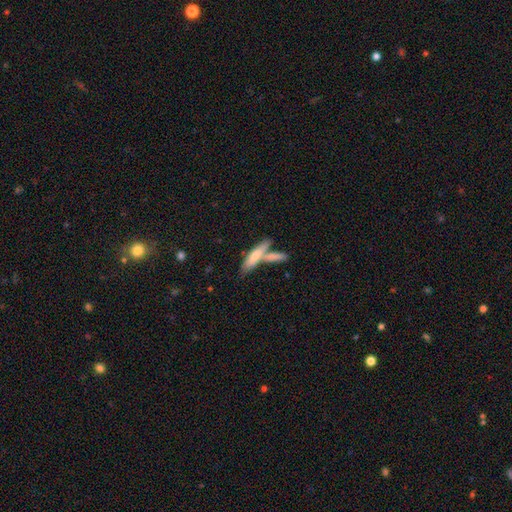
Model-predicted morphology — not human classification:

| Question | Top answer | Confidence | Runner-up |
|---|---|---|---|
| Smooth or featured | smooth | 66% | featured or disk (28%) |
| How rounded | cigar-shaped | 71% | in between (27%) |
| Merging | none | 44% | merger (41%) |